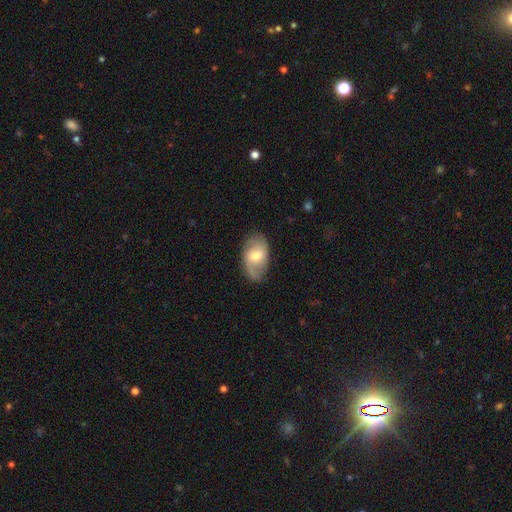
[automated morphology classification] Overall: featured or disk (52%; smooth 41%). Edge-on disk: no (93%). Merging: none (76%).